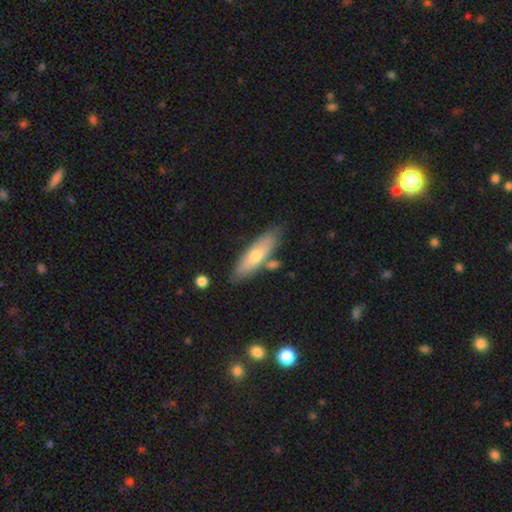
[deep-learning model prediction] smooth-or-featured: smooth: 60% | featured or disk: 35% | star or artifact: 6%
  how-rounded: cigar-shaped: 55% | in between: 43% | round: 2%
  merging: none: 74% | minor disturbance: 14% | merger: 8% | major disturbance: 3%